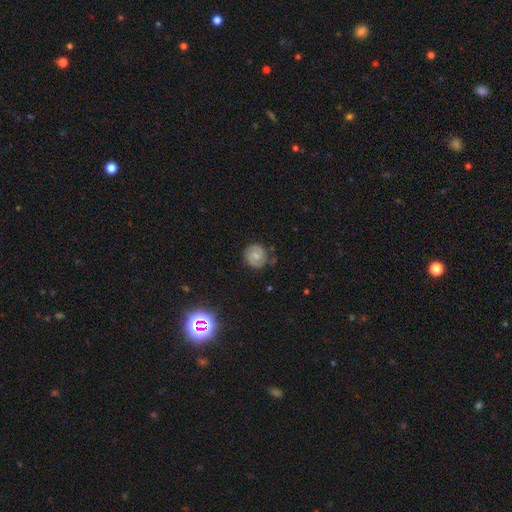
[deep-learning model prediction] Q: Smooth or featured?
A: featured or disk (56%); runner-up: smooth (35%)
Q: Edge-on disk?
A: no (98%); runner-up: yes (2%)
Q: Bar?
A: no (60%); runner-up: weak (34%)
Q: Spiral arms?
A: yes (89%); runner-up: no (11%)
Q: Bulge size?
A: moderate (46%); runner-up: small (42%)
Q: Merging?
A: none (78%); runner-up: minor disturbance (16%)